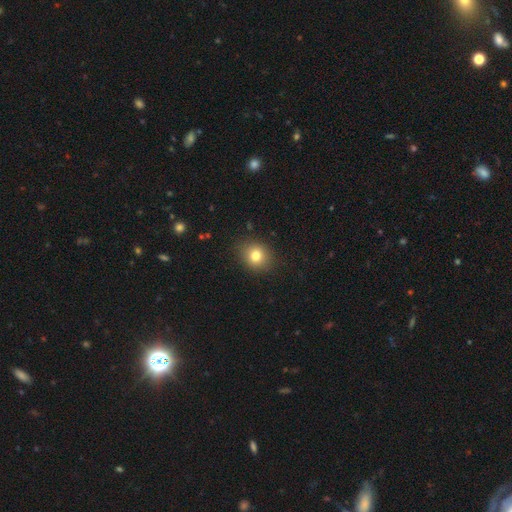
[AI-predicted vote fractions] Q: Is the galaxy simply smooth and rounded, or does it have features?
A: smooth — 79%.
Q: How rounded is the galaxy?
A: round — 70%.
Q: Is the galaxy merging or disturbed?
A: none — 87%.